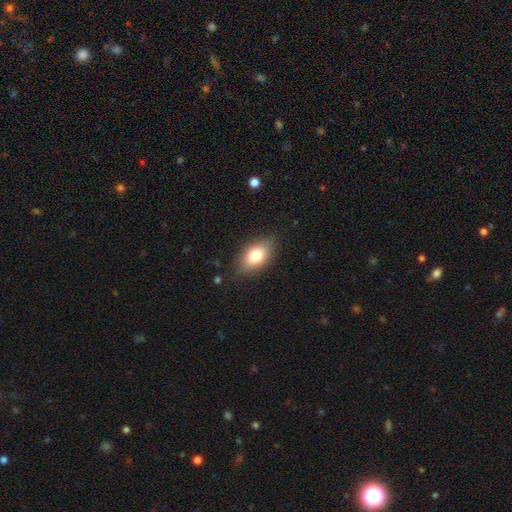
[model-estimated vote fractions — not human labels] The model was most divided on "smooth or featured": smooth: 76%, featured or disk: 15%, star or artifact: 8%. More confident: how rounded — in between (86%); merging — none (82%).